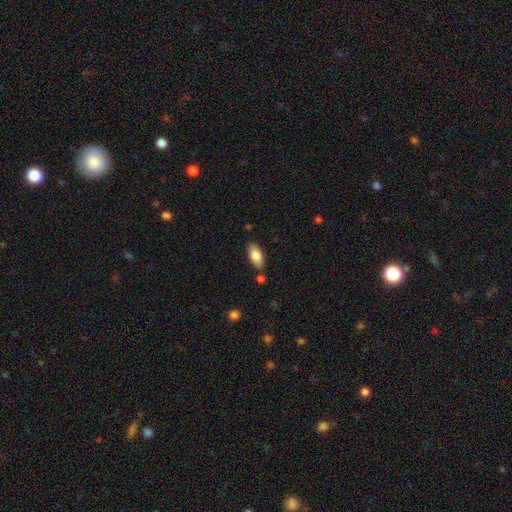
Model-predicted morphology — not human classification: smooth 78%, featured or disk 15%, star or artifact 7%. Down the decision tree: how rounded — in between (91%); merging — none (79%).